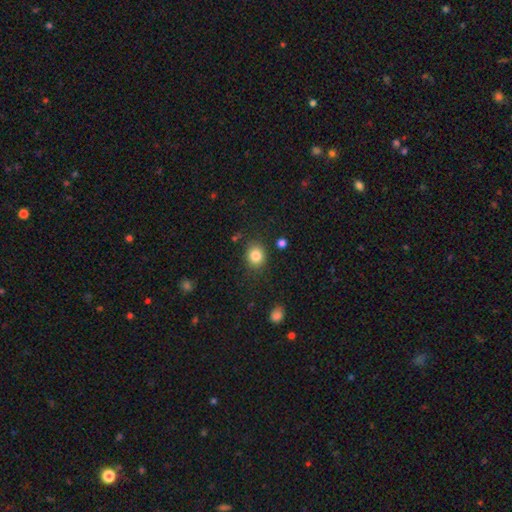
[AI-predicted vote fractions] The model was most divided on "how rounded": round: 71%, in between: 28%, cigar-shaped: 1%. More confident: smooth or featured — smooth (84%); merging — none (82%).